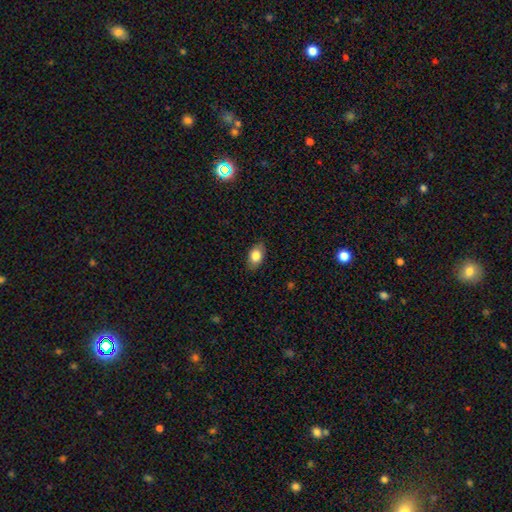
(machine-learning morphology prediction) smooth_or_featured: smooth (p=0.82) [alt: featured or disk p=0.11]
how_rounded: in between (p=0.88) [alt: round p=0.10]
merging: none (p=0.85) [alt: minor disturbance p=0.12]